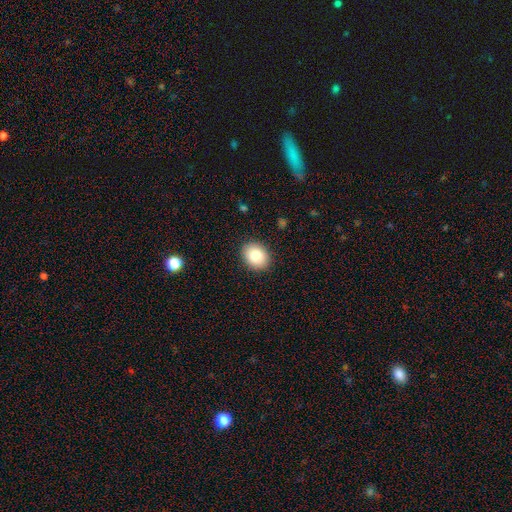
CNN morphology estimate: smooth_or_featured: smooth (p=0.83) [alt: star or artifact p=0.08]
how_rounded: in between (p=0.51) [alt: round p=0.48]
merging: none (p=0.90) [alt: minor disturbance p=0.07]